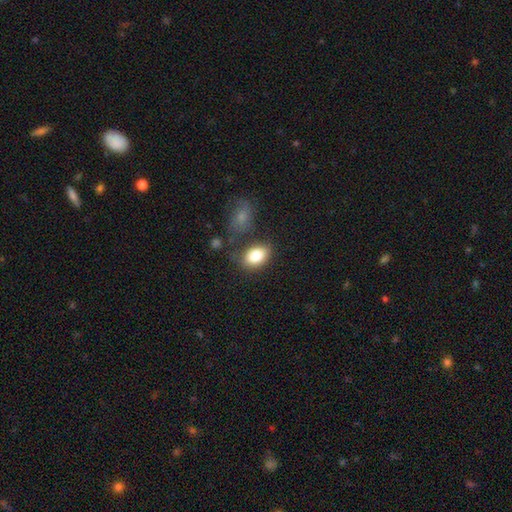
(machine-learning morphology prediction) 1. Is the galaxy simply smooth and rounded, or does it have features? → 83% smooth, 9% featured or disk, 8% star or artifact.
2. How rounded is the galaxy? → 84% in between, 15% round, 1% cigar-shaped.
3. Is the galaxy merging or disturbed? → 69% none, 17% minor disturbance, 9% merger, 5% major disturbance.